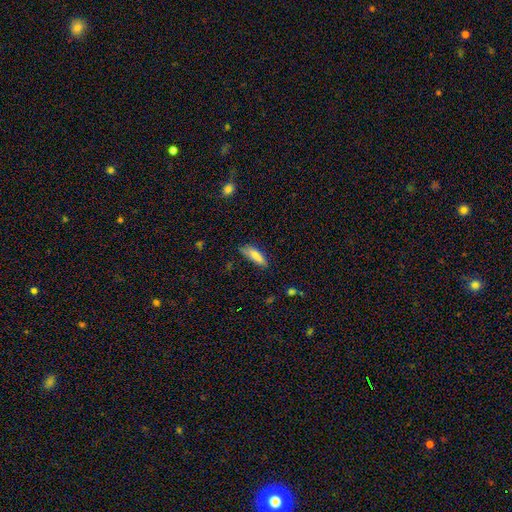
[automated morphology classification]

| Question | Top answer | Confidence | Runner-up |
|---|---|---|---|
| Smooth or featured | smooth | 79% | featured or disk (14%) |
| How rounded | cigar-shaped | 49% | tied: in between (49%) |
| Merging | none | 70% | minor disturbance (23%) |